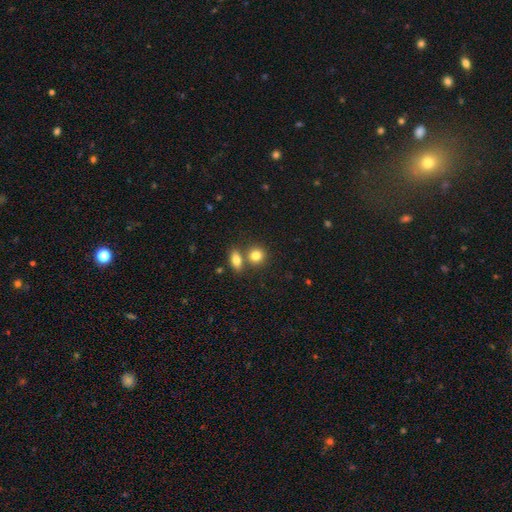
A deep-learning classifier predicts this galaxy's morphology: A smooth galaxy with no disk features (82%) that is round (68%). Merging: none (57%).